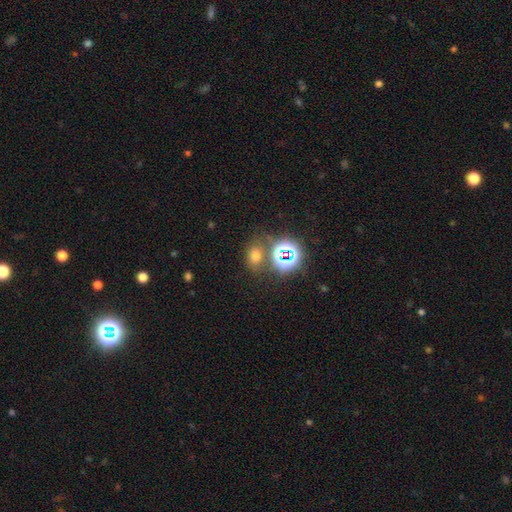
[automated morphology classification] This appears to be a smooth galaxy with no disk features (59%) that is in between round and cigar-shaped (57%). Merging: none (69%).